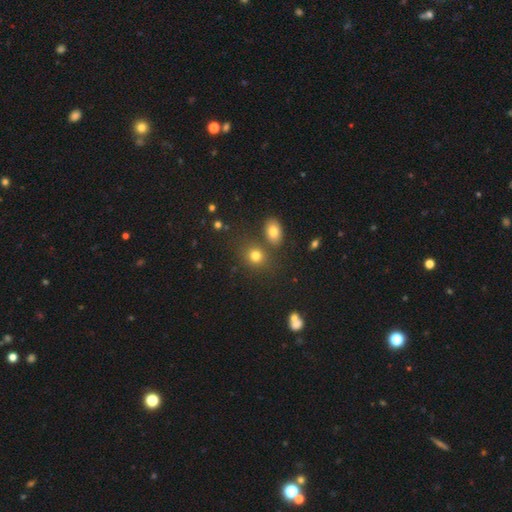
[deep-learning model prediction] A smooth galaxy with no disk features (77%) that is round (66%). Merging: none (70%).